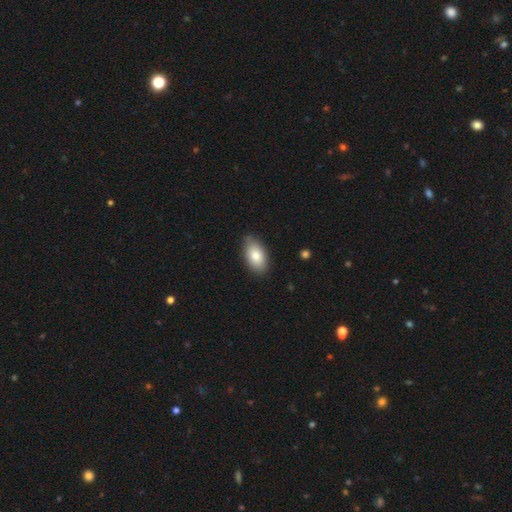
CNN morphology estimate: This is clearly a smooth galaxy (83%). How rounded: clearly in between (94%). Merging: clearly none (81%).